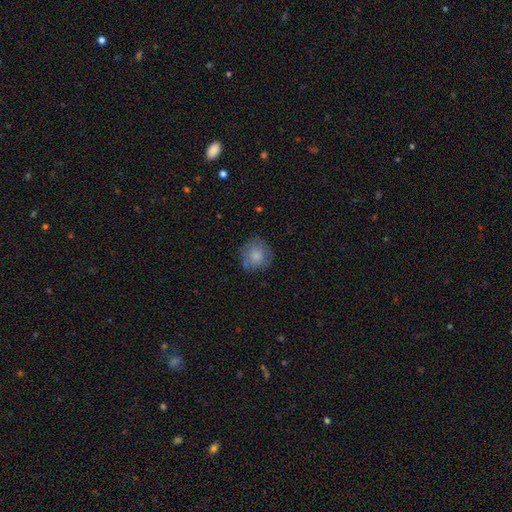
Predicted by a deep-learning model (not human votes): Q: Smooth or featured?
A: smooth (74%); runner-up: featured or disk (18%)
Q: How rounded?
A: round (88%); runner-up: in between (11%)
Q: Merging?
A: none (73%); runner-up: minor disturbance (19%)